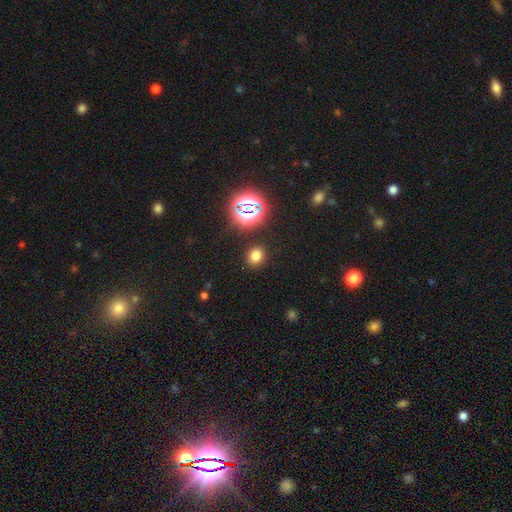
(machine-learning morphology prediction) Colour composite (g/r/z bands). It shows a smooth galaxy with no disk features (73%) that is round (61%). Merging: none (88%).